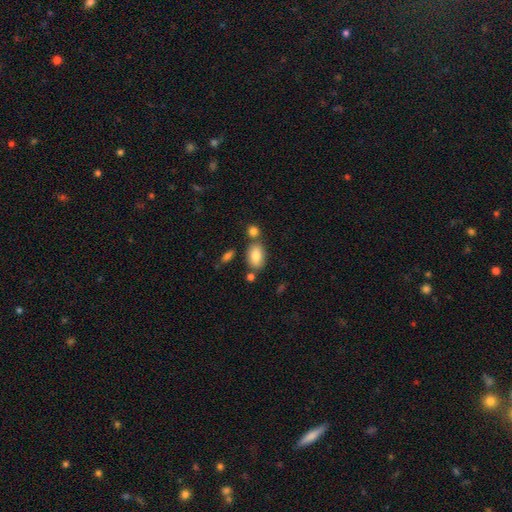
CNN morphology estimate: This appears to be a smooth galaxy with no disk features (81%) that is in between round and cigar-shaped (88%). Merging: none (68%).